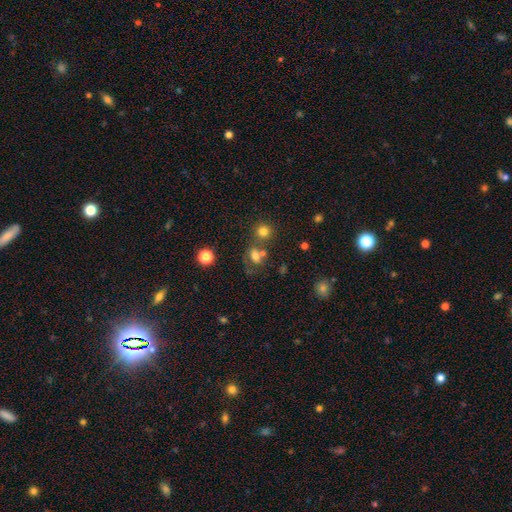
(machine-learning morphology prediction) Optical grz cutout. It shows a smooth galaxy with no disk features (65%) that is in between round and cigar-shaped (55%). Merging: none (44%).